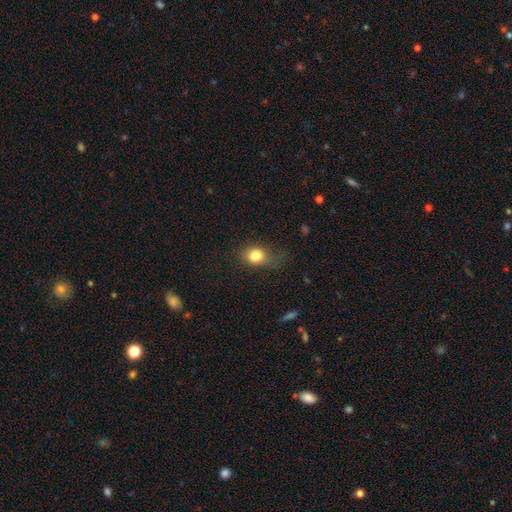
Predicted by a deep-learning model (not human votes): Morphology: type=smooth (81%); roundness=in between (56%); merging=none (53%).